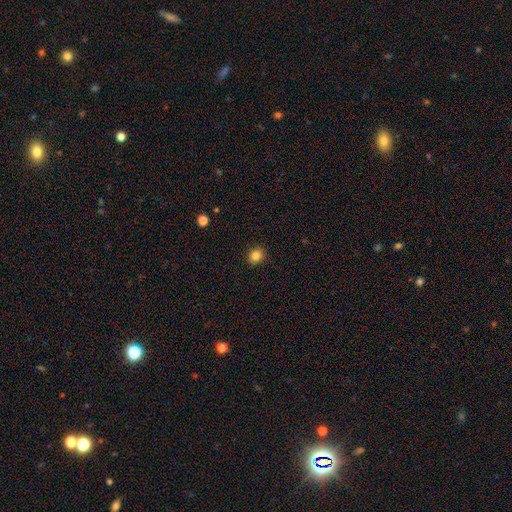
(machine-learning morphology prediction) Smooth or featured?
  - smooth: 84% *
  - star or artifact: 11%
  - featured or disk: 5%
How rounded?
  - round: 80% *
  - in between: 19%
  - cigar-shaped: 1%
Merging?
  - none: 91% *
  - minor disturbance: 6%
  - major disturbance: 2%
  - merger: 1%